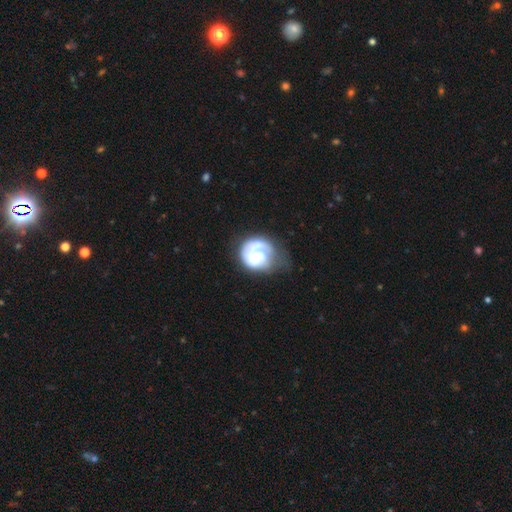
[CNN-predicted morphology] type=featured or disk (65%); edge-on=no (98%); bar=no (70%); spiral arms=yes (67%); bulge=moderate (33%); merging=none (34%).